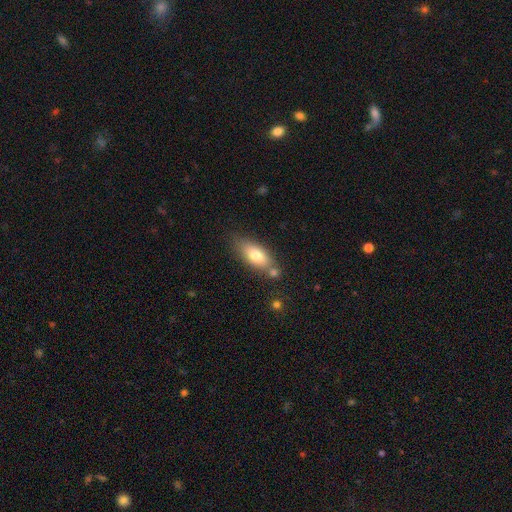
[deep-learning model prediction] A smooth galaxy with no disk features (73%) that is in between round and cigar-shaped (79%).

Vote fractions:
- Smooth or featured? smooth: 73% / featured or disk: 20% / star or artifact: 7%
- How rounded? in between: 79% / cigar-shaped: 17% / round: 4%
- Merging? none: 62% / merger: 17% / minor disturbance: 17% / major disturbance: 4%